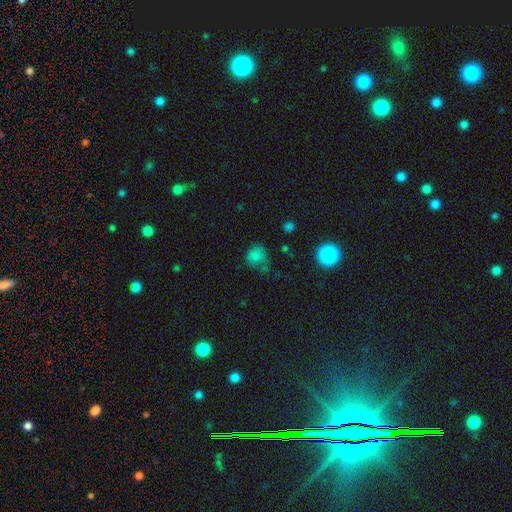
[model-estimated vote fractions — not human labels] A smooth galaxy with no disk features (76%) that is round (78%). Merging: none (56%).